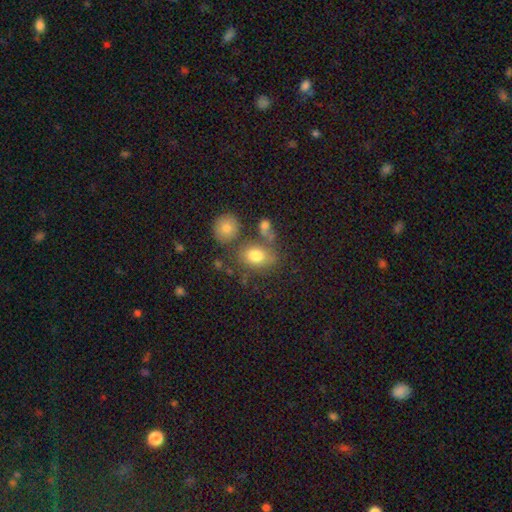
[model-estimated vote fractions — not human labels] The model was most divided on "how rounded": in between: 66%, round: 33%, cigar-shaped: 1%. More confident: smooth or featured — smooth (76%); merging — none (58%).